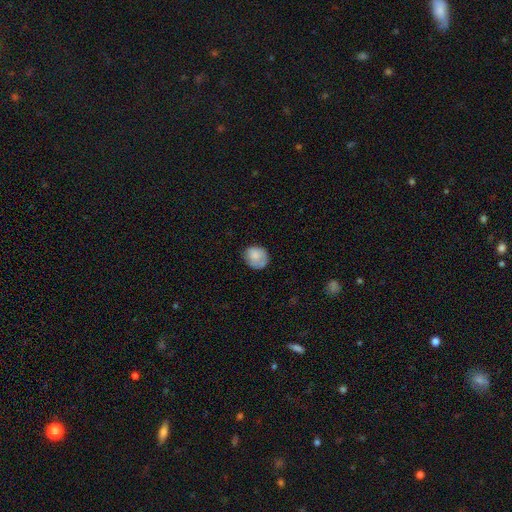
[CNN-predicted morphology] This appears to be a smooth galaxy with no disk features (79%) that is round (72%). Merging: none (65%).